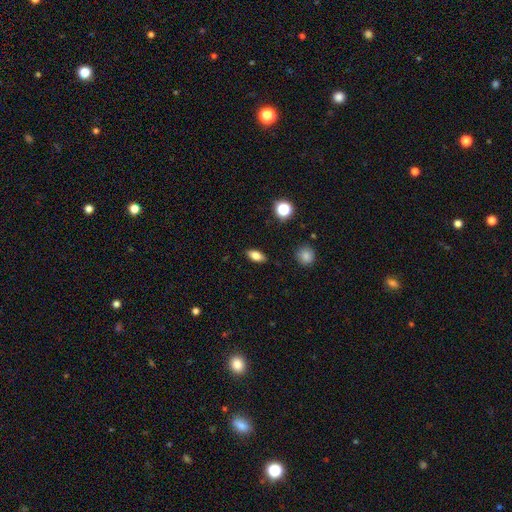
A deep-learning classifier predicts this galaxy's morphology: smooth-or-featured: smooth: 78% | featured or disk: 12% | star or artifact: 10%
  how-rounded: in between: 85% | cigar-shaped: 8% | round: 7%
  merging: none: 87% | minor disturbance: 9% | major disturbance: 2% | merger: 1%